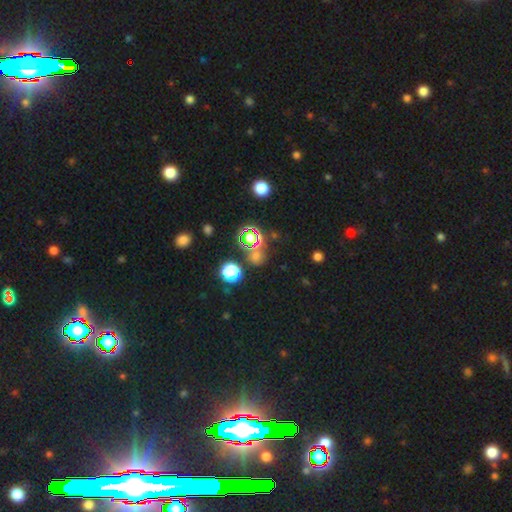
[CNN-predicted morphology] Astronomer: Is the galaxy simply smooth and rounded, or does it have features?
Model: star or artifact — 54% (runner-up: smooth, 39%).